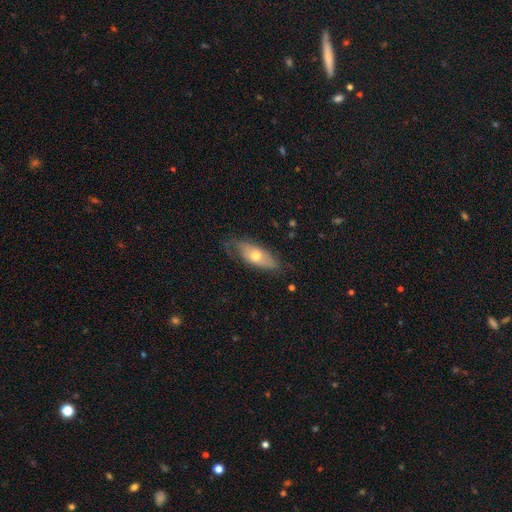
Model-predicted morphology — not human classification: smooth 52%, featured or disk 42%, star or artifact 7%. Down the decision tree: how rounded — in between (75%); merging — none (62%).